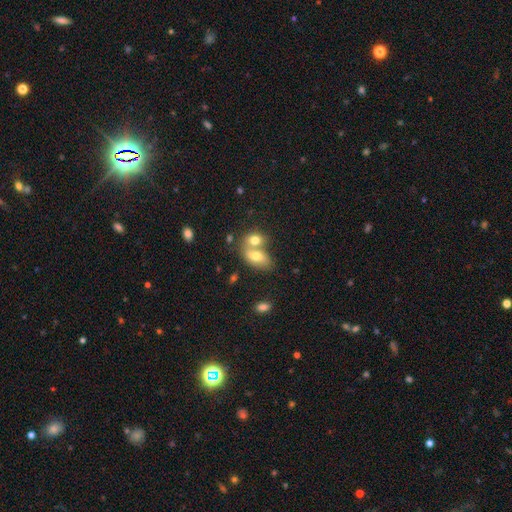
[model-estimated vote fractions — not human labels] This appears to be a smooth galaxy with no disk features (67%) that is in between round and cigar-shaped (82%). Merging: merger (62%).